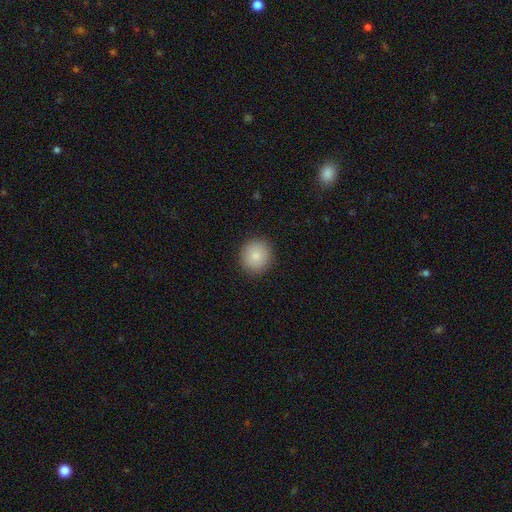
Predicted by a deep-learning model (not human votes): This is clearly a smooth galaxy (86%). How rounded: clearly round (88%). Merging: clearly none (90%).